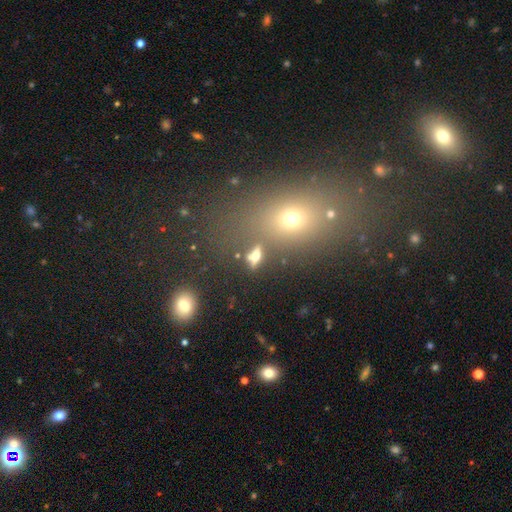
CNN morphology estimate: Q: Smooth or featured?
A: smooth (51%); runner-up: featured or disk (30%)
Q: How rounded?
A: in between (58%); runner-up: round (22%)
Q: Merging?
A: none (66%); runner-up: minor disturbance (14%)